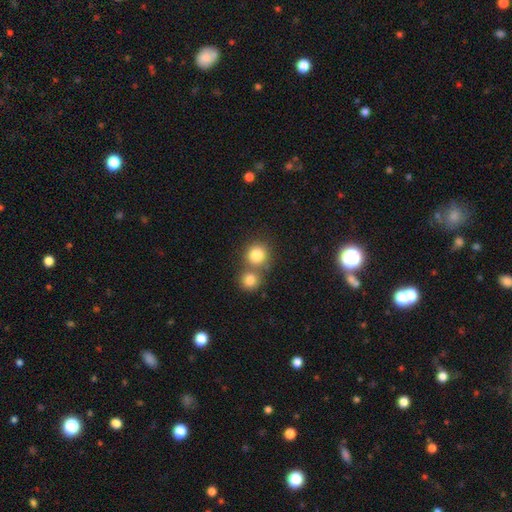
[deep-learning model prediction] This appears to be a smooth galaxy with no disk features (82%) that is round (90%). Merging: none (54%).